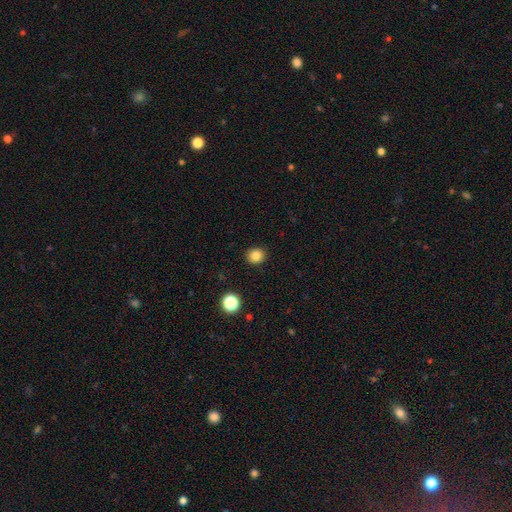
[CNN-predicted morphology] The model was most divided on "how rounded": round: 83%, in between: 16%, cigar-shaped: 1%. More confident: merging — none (91%); smooth or featured — smooth (84%).